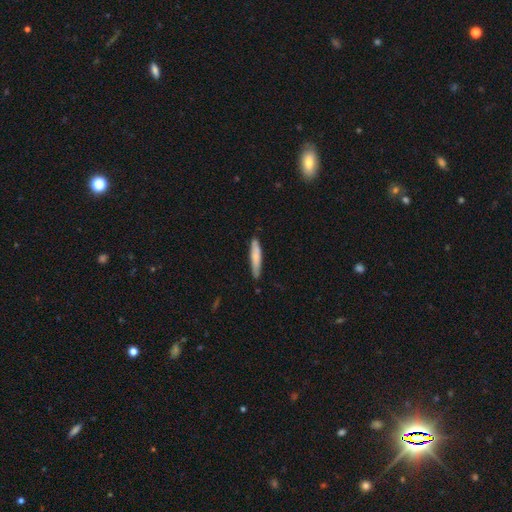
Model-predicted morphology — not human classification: A smooth galaxy with no disk features (69%) that is cigar-shaped (90%).

Vote fractions:
- Smooth or featured? smooth: 69% / featured or disk: 26% / star or artifact: 5%
- How rounded? cigar-shaped: 90% / in between: 9% / round: 1%
- Merging? none: 80% / minor disturbance: 16% / merger: 2% / major disturbance: 2%